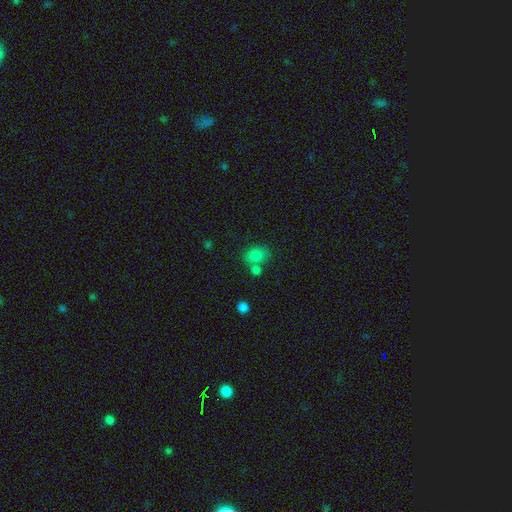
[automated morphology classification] smooth-or-featured: smooth: 81% | star or artifact: 11% | featured or disk: 8%
  how-rounded: in between: 57% | round: 42% | cigar-shaped: 1%
  merging: none: 56% | merger: 25% | minor disturbance: 14% | major disturbance: 5%